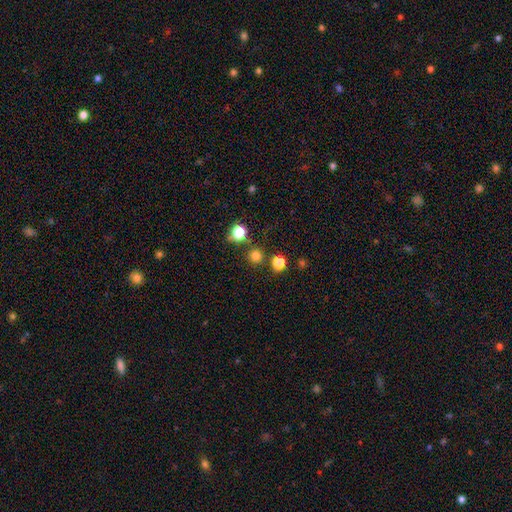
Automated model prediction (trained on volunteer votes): A smooth galaxy with no disk features (76%) that is round (94%).

Vote fractions:
- Smooth or featured? smooth: 76% / star or artifact: 19% / featured or disk: 5%
- How rounded? round: 94% / in between: 5% / cigar-shaped: 1%
- Merging? none: 82% / merger: 8% / minor disturbance: 7% / major disturbance: 3%